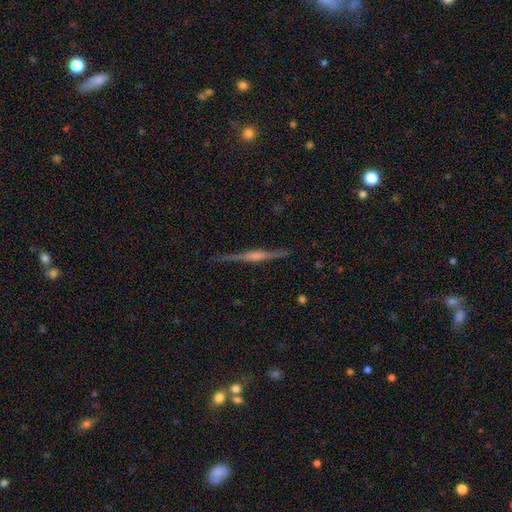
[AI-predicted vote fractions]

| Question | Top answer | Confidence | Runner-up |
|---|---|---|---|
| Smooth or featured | featured or disk | 81% | smooth (13%) |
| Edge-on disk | yes | 98% | no (2%) |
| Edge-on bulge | rounded | 61% | boxy (25%) |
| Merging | none | 90% | minor disturbance (7%) |